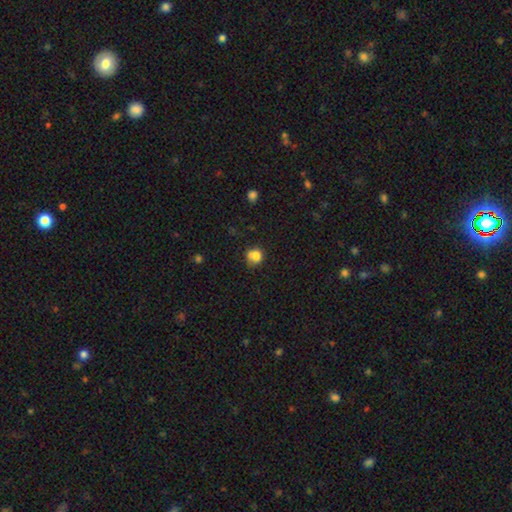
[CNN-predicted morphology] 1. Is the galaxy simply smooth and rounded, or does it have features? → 78% smooth, 11% featured or disk, 11% star or artifact.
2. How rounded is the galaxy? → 75% round, 24% in between, 1% cigar-shaped.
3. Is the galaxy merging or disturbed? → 45% none, 27% merger, 20% minor disturbance, 8% major disturbance.